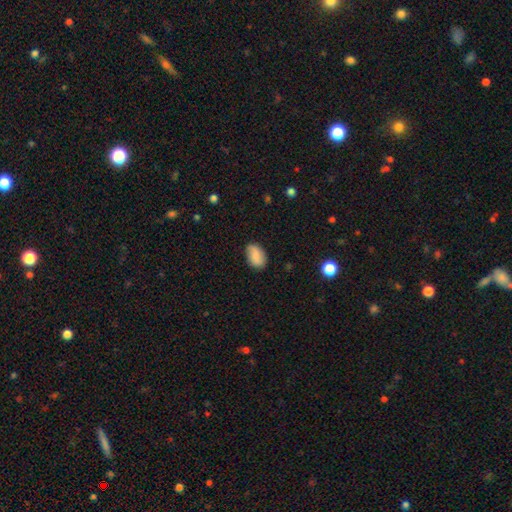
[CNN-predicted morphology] A smooth galaxy with no disk features (84%) that is in between round and cigar-shaped (89%). Merging: none (84%).